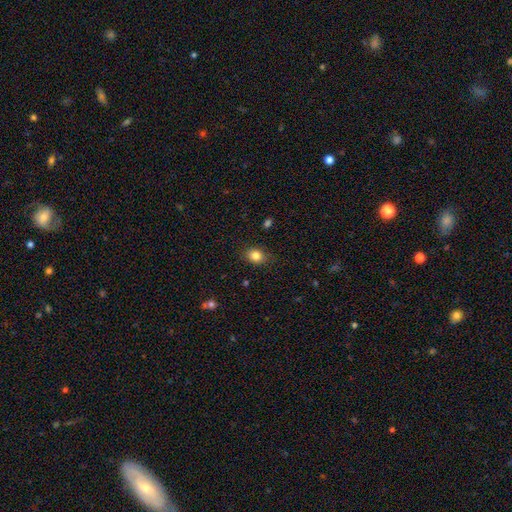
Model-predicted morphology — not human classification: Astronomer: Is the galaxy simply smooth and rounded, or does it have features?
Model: smooth — 84%.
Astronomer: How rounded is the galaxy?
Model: in between — 54% (runner-up: round, 45%).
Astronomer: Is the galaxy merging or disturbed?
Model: none — 85%.